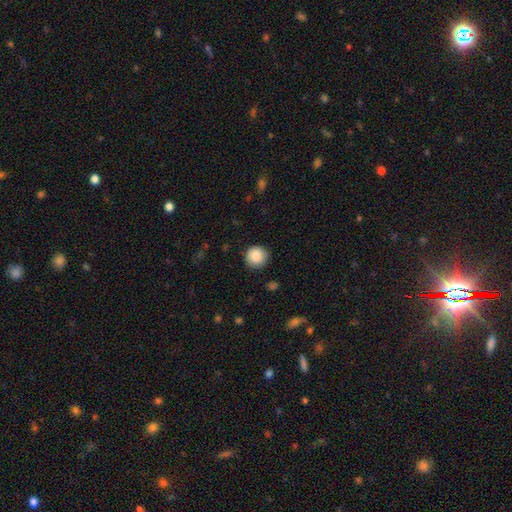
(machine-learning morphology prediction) This appears to be a smooth galaxy with no disk features (88%) that is round (94%). Merging: none (86%).